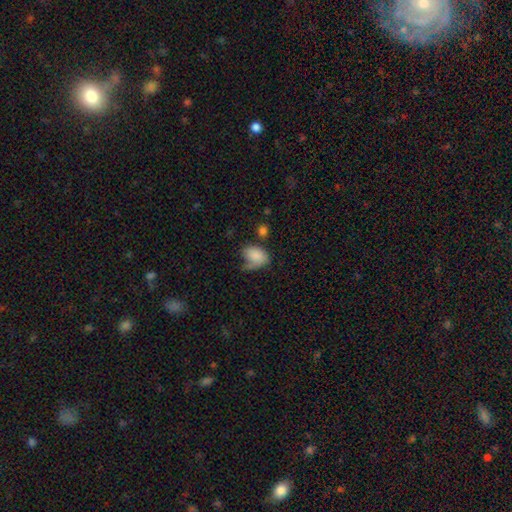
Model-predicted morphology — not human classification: Smooth or featured: smooth — 81% (featured or disk — 11%)
How rounded: in between — 79% (round — 19%)
Merging: none — 36% (minor disturbance — 31%)